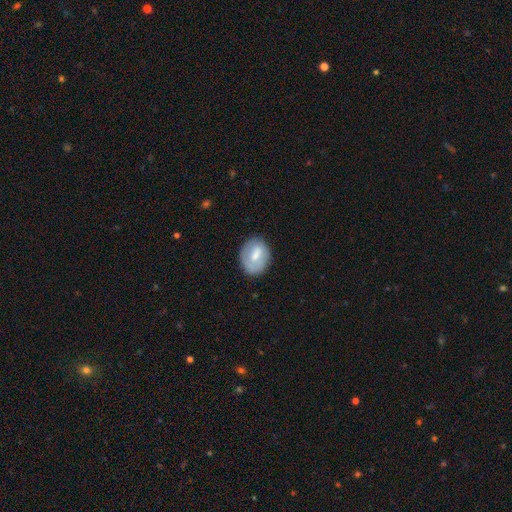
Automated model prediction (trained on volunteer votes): Smooth or featured?
  - smooth: 63% *
  - featured or disk: 30%
  - star or artifact: 7%
How rounded?
  - in between: 58% *
  - round: 41%
  - cigar-shaped: 1%
Merging?
  - none: 72% *
  - minor disturbance: 19%
  - major disturbance: 7%
  - merger: 2%